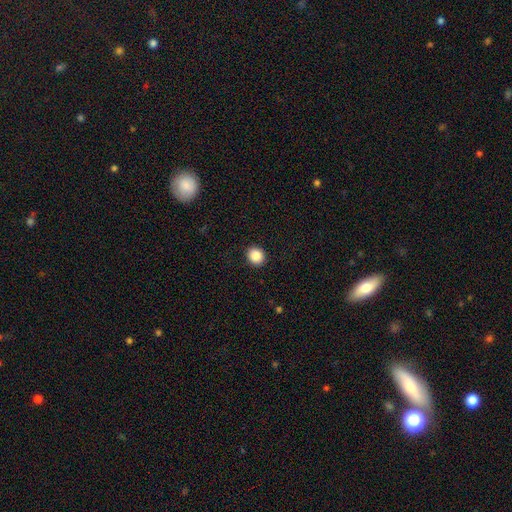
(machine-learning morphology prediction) type=smooth (88%); roundness=round (82%); merging=none (92%).